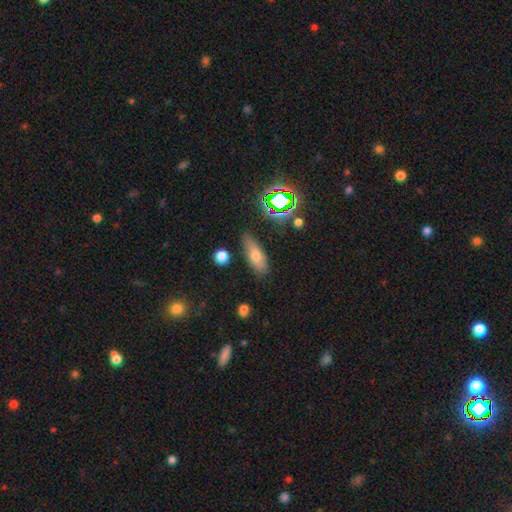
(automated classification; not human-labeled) Smooth or featured? smooth (66%)
How rounded? in between (67%)
Merging? none (72%)